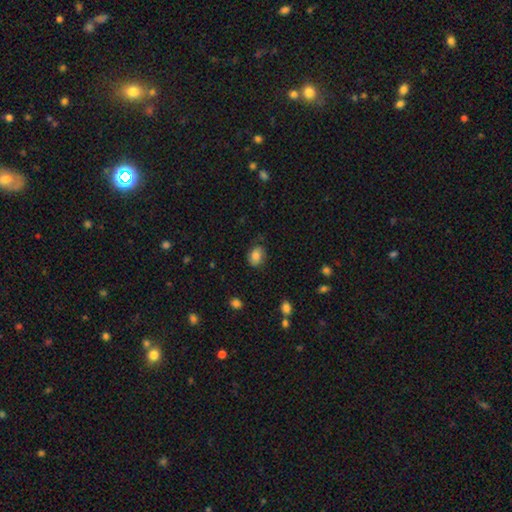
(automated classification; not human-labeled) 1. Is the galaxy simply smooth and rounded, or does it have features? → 79% smooth, 12% featured or disk, 9% star or artifact.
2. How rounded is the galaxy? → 63% in between, 35% round, 1% cigar-shaped.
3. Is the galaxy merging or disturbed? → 76% none, 18% minor disturbance, 4% major disturbance, 1% merger.